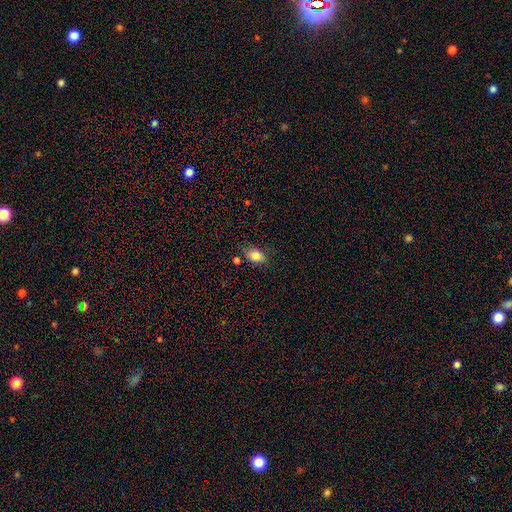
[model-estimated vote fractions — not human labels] Q: Smooth or featured?
A: smooth (84%); runner-up: star or artifact (9%)
Q: How rounded?
A: in between (85%); runner-up: round (13%)
Q: Merging?
A: none (75%); runner-up: minor disturbance (16%)